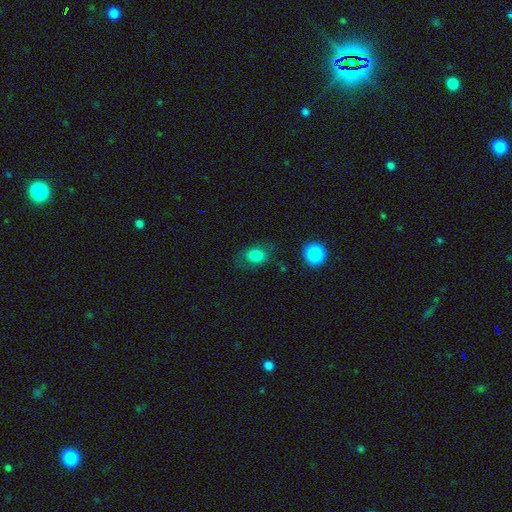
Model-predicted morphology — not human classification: The model was most divided on "how rounded": in between: 66%, round: 33%, cigar-shaped: 1%. More confident: smooth or featured — smooth (79%); merging — none (67%).